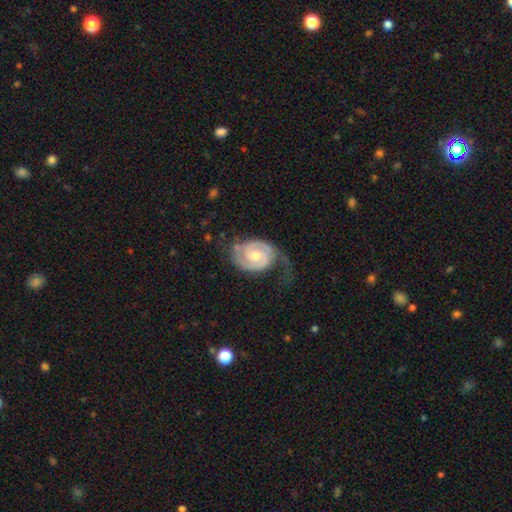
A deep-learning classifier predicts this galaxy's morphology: Smooth or featured? featured or disk (86%)
Edge-on disk? no (98%)
Bar? no (53%)
Spiral arms? yes (97%)
Spiral winding? tight (53%)
Spiral arm count? 2 (83%)
Bulge size? moderate (54%)
Merging? none (46%)